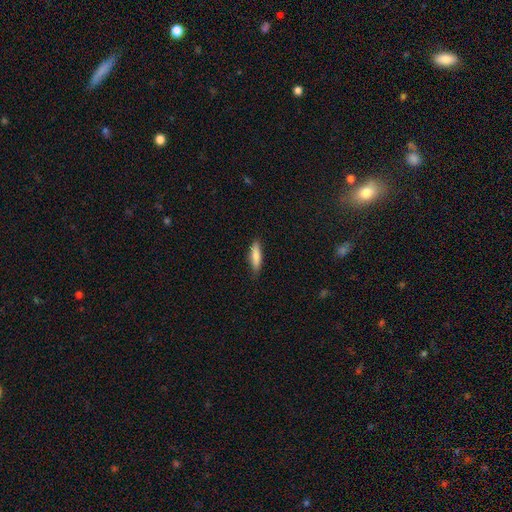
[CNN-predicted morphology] Q: Smooth or featured?
A: smooth (83%); runner-up: featured or disk (11%)
Q: How rounded?
A: cigar-shaped (68%); runner-up: in between (30%)
Q: Merging?
A: none (82%); runner-up: minor disturbance (15%)